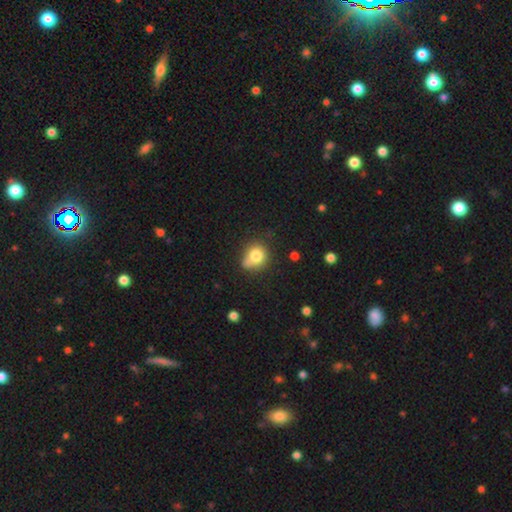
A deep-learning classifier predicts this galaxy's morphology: A smooth galaxy with no disk features (78%) that is round (76%). Merging: none (54%).